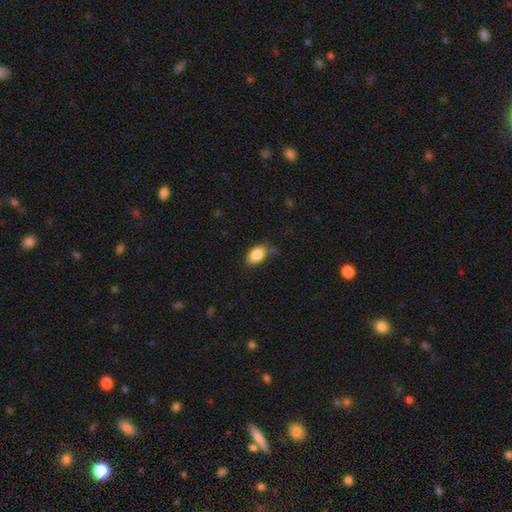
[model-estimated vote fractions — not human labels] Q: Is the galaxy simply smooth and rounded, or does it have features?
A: smooth — 85%.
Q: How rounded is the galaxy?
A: in between — 91%.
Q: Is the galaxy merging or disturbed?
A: none — 72%.